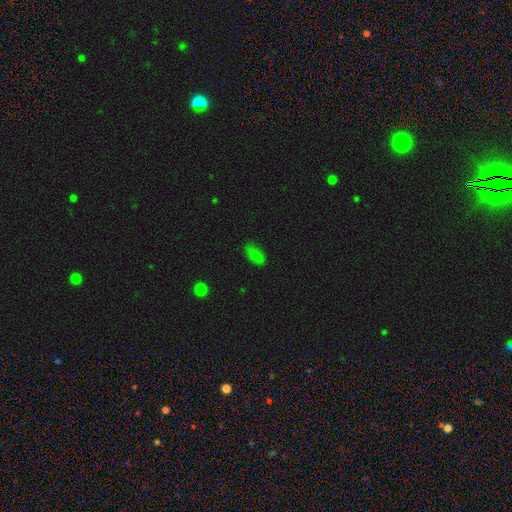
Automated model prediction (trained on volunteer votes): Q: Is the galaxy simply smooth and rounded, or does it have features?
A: smooth — 79%.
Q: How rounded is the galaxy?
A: in between — 87%.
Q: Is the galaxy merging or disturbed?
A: none — 73%.